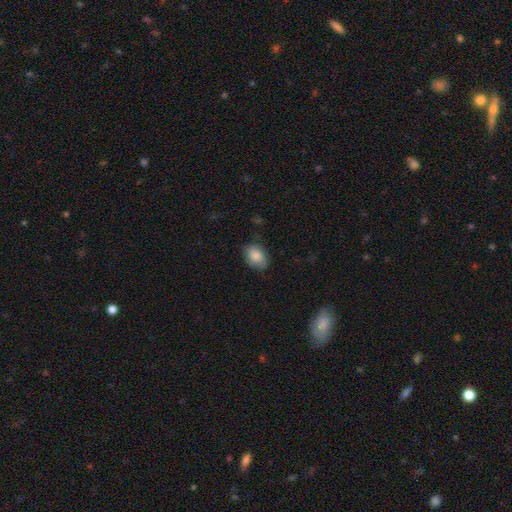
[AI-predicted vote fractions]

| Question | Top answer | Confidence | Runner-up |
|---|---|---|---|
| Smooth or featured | smooth | 84% | featured or disk (9%) |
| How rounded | in between | 78% | round (21%) |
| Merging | none | 72% | minor disturbance (22%) |